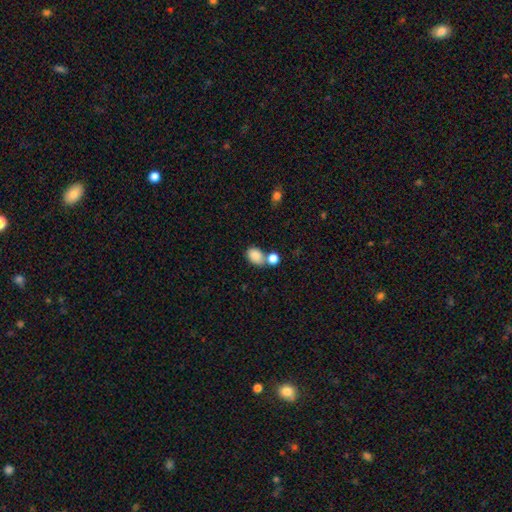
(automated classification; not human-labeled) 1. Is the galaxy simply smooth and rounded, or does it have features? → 86% smooth, 8% star or artifact, 6% featured or disk.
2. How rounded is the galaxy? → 75% in between, 24% round, 1% cigar-shaped.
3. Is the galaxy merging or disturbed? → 48% none, 36% merger, 12% minor disturbance, 4% major disturbance.